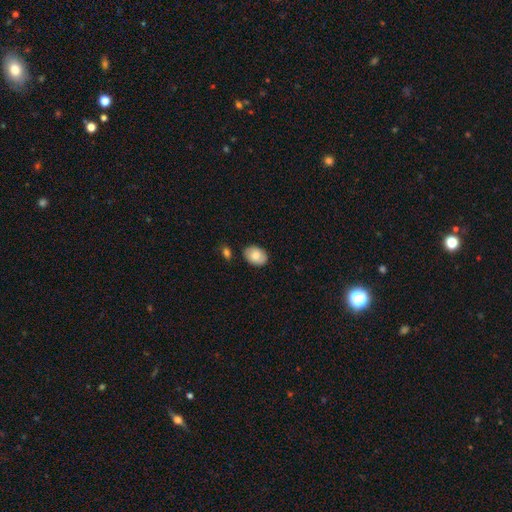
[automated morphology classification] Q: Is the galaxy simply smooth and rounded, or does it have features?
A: smooth — 81%.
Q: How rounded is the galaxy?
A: in between — 82%.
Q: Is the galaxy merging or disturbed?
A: none — 82%.